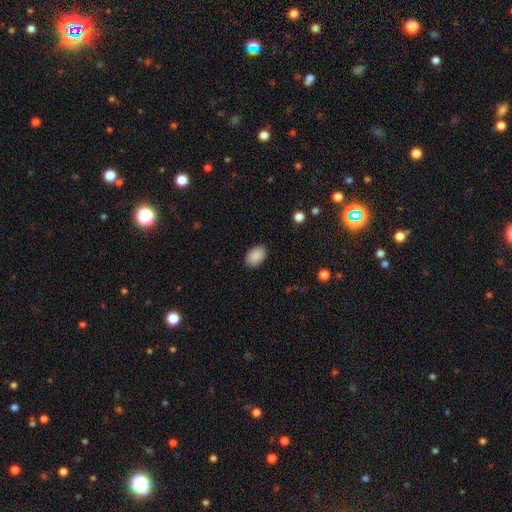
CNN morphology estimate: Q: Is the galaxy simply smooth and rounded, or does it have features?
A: smooth — 90%.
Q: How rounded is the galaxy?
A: in between — 86%.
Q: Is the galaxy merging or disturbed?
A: none — 88%.